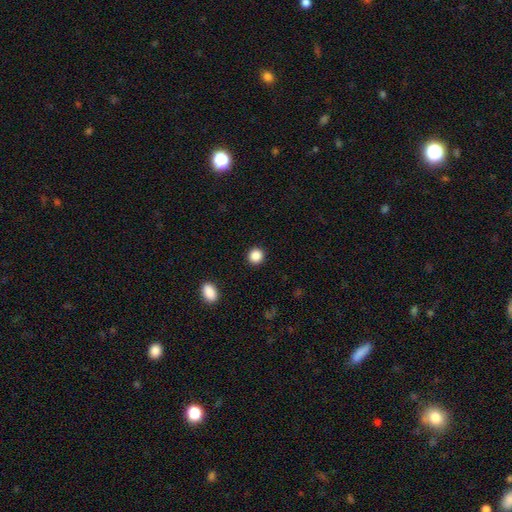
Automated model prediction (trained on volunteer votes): Smooth or featured? Predicted: smooth (p=0.88). How rounded? Predicted: round (p=0.92). Merging? Predicted: none (p=0.92).